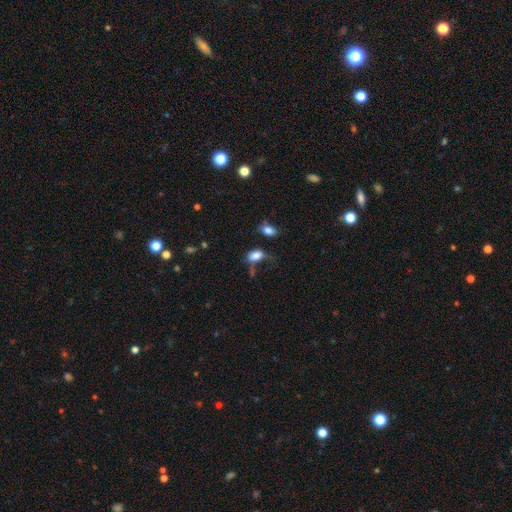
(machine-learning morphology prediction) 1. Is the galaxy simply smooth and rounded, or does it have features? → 80% smooth, 11% star or artifact, 9% featured or disk.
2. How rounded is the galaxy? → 88% in between, 9% round, 3% cigar-shaped.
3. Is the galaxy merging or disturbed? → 38% none, 26% minor disturbance, 23% major disturbance, 14% merger.